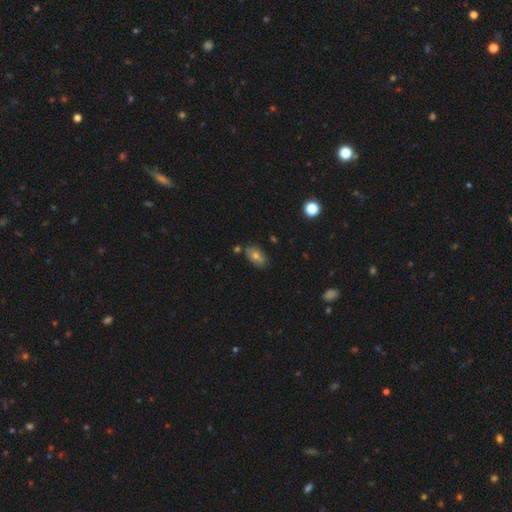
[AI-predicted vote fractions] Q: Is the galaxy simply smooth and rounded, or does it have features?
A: smooth — 66%.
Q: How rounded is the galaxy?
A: in between — 89%.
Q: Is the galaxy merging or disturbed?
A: none — 77%.